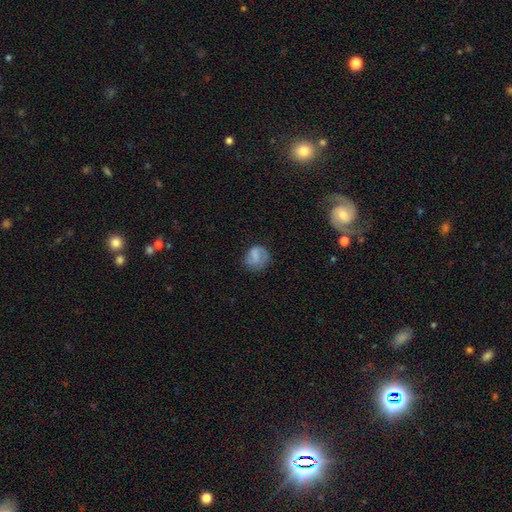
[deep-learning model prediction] smooth 52%, featured or disk 39%, star or artifact 9%. Down the decision tree: how rounded — round (76%); merging — none (65%).